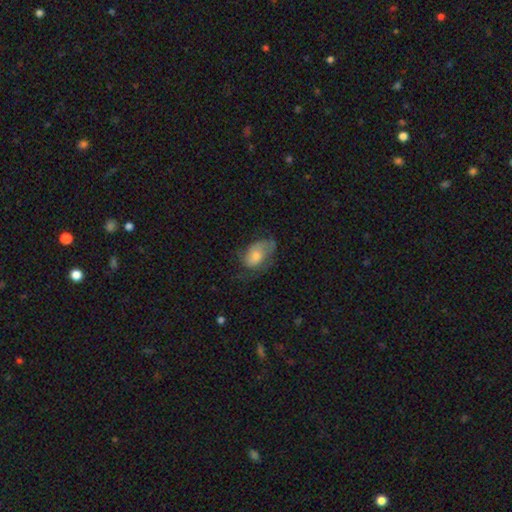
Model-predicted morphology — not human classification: Smooth or featured: smooth — 55% (featured or disk — 37%)
How rounded: in between — 86% (round — 12%)
Merging: none — 46% (minor disturbance — 30%)